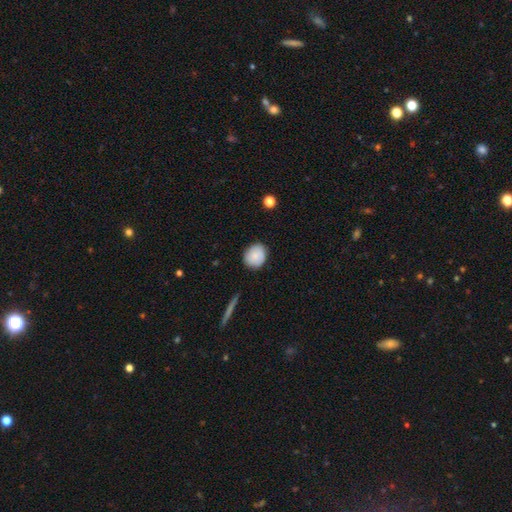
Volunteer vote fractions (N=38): smooth 74%, featured or disk 24%, star or artifact 3%. Down the decision tree: how rounded — round (54%); merging — none (86%).